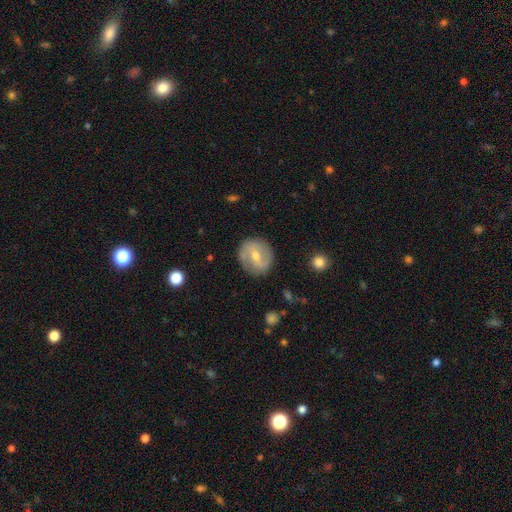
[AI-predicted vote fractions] featured or disk 61%, smooth 33%, star or artifact 6%. Down the decision tree: edge-on disk — no (97%); bar — weak (50%); spiral arms — yes (76%); bulge size — moderate (62%); merging — none (84%).